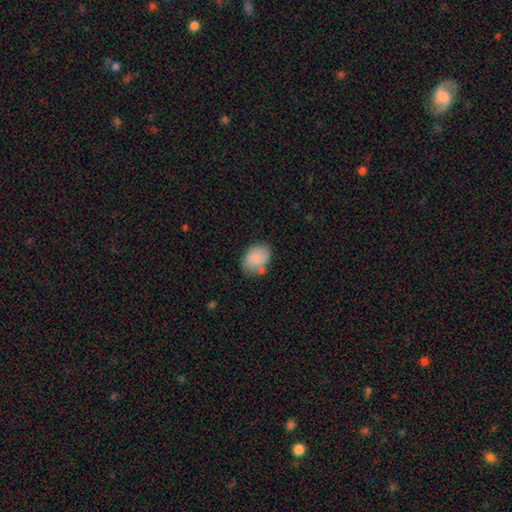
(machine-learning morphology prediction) This appears to be a smooth galaxy with no disk features (85%) that is in between round and cigar-shaped (74%). Merging: none (65%).